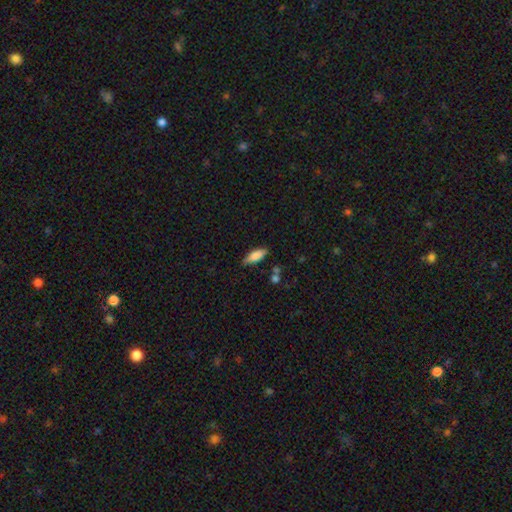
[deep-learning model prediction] Smooth or featured?
  - smooth: 80% *
  - featured or disk: 14%
  - star or artifact: 7%
How rounded?
  - in between: 69% *
  - cigar-shaped: 29%
  - round: 2%
Merging?
  - none: 75% *
  - minor disturbance: 18%
  - merger: 4%
  - major disturbance: 3%